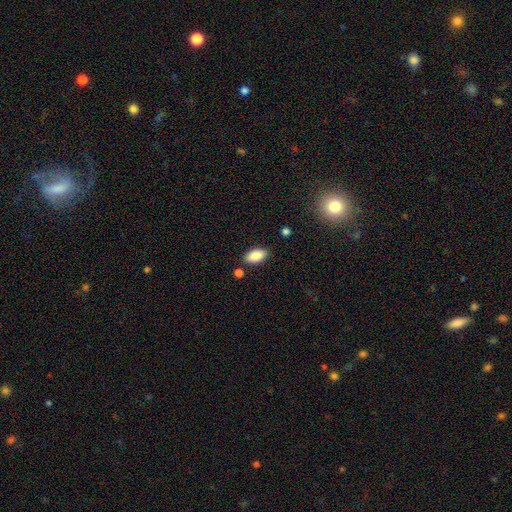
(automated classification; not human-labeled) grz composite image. It shows a smooth galaxy with no disk features (88%) that is in between round and cigar-shaped (92%). Merging: none (83%).